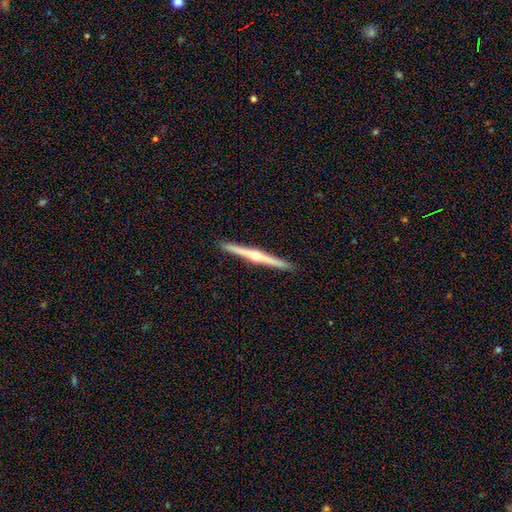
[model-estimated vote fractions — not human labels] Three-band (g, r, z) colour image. It shows a featured or disk galaxy (77%) viewed edge-on (99%) with a rounded central bulge (87%). Merging: none (93%).